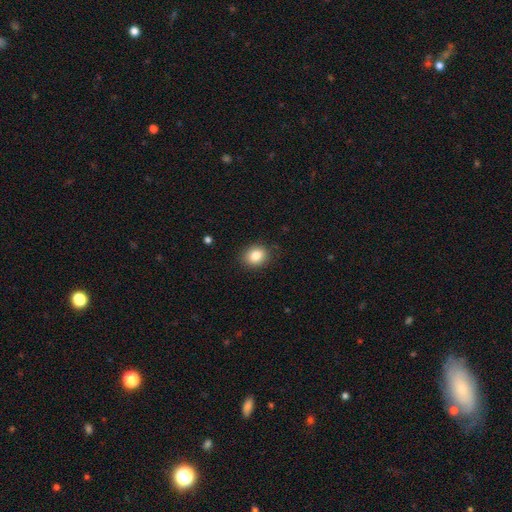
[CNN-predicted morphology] Smooth or featured? Predicted: smooth (p=0.84). How rounded? Predicted: round (p=0.62). Merging? Predicted: none (p=0.87).